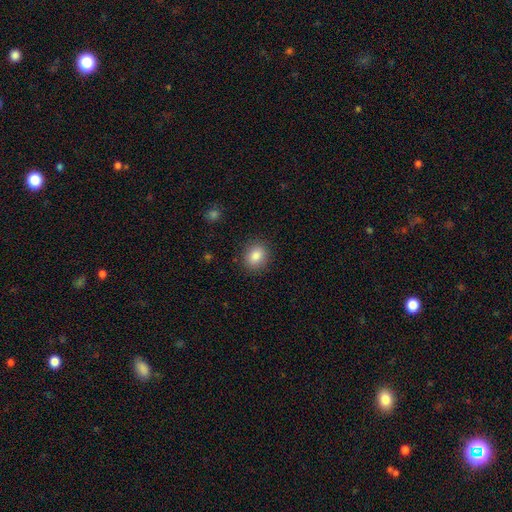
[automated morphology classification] smooth 85%, star or artifact 9%, featured or disk 6%. Down the decision tree: how rounded — round (54%); merging — none (88%).